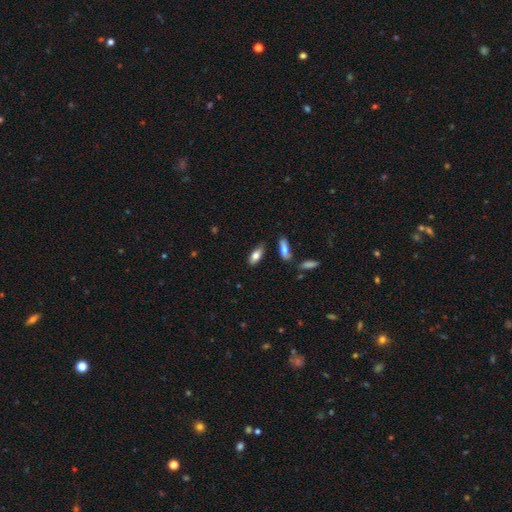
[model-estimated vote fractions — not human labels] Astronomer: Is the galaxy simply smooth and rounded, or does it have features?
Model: smooth — 77%.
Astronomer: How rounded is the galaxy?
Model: in between — 79%.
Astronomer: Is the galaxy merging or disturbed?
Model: none — 78%.